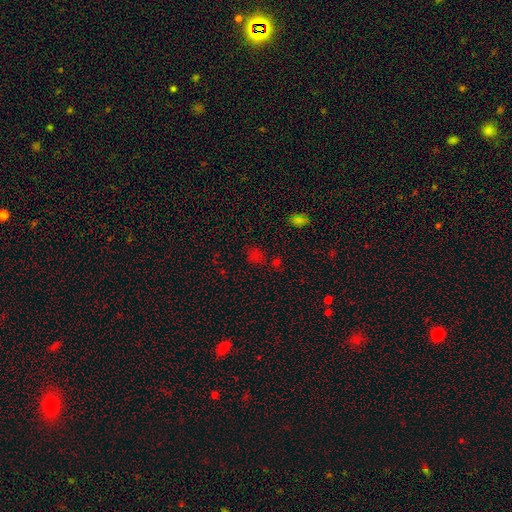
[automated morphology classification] smooth 53%, star or artifact 40%, featured or disk 7%. Down the decision tree: how rounded — round (49%); merging — none (62%).